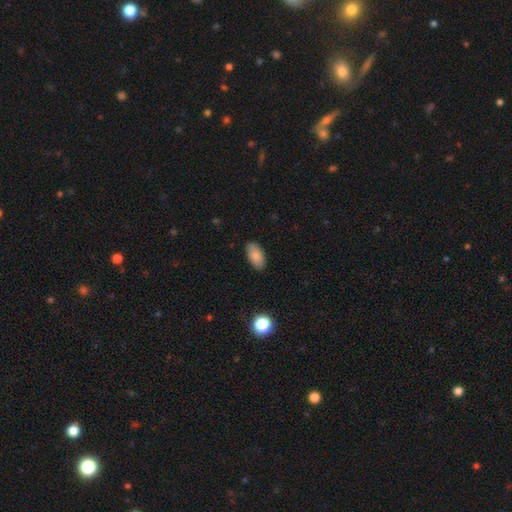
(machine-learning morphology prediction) Smooth or featured: smooth — 84% (featured or disk — 9%)
How rounded: in between — 93% (cigar-shaped — 4%)
Merging: none — 86% (minor disturbance — 10%)